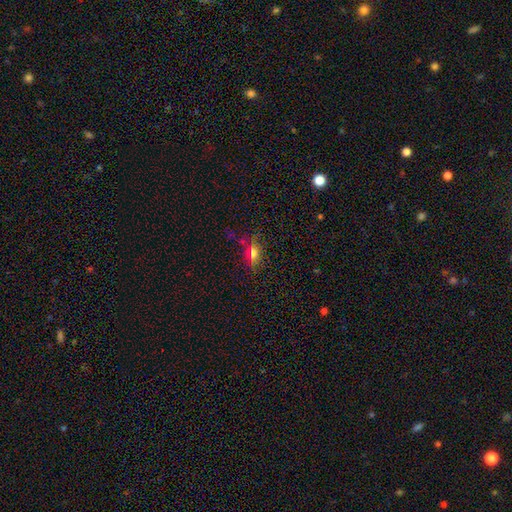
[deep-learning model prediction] A smooth galaxy with no disk features (53%) that is in between round and cigar-shaped (64%). Merging: none (74%).